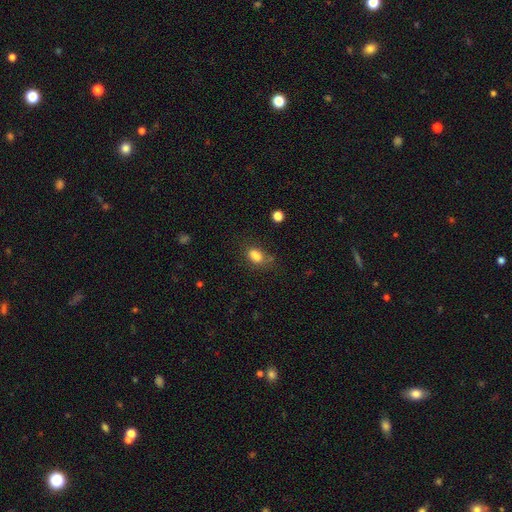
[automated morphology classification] Q: Smooth or featured?
A: smooth (81%); runner-up: star or artifact (12%)
Q: How rounded?
A: in between (81%); runner-up: round (16%)
Q: Merging?
A: none (58%); runner-up: minor disturbance (24%)